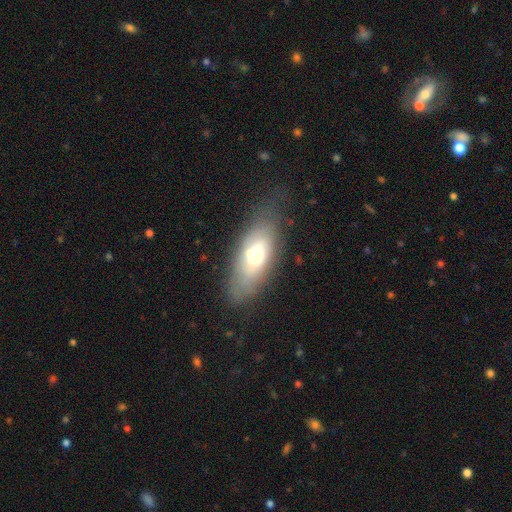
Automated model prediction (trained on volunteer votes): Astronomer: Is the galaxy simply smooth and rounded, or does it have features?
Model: smooth — 57% (runner-up: featured or disk, 32%).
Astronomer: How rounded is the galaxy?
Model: in between — 84%.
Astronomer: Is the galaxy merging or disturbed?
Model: none — 64%.